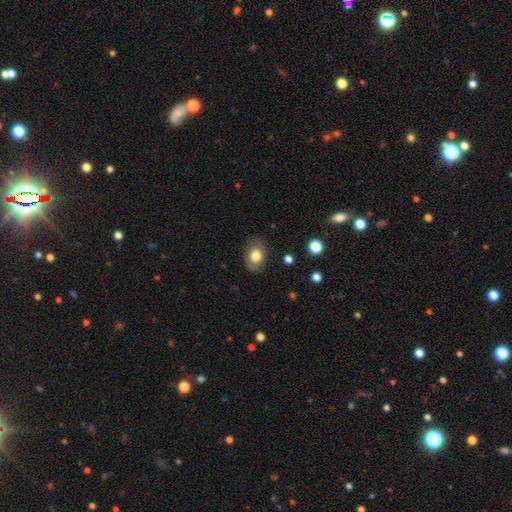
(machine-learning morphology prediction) This appears to be a smooth galaxy with no disk features (75%) that is in between round and cigar-shaped (68%). Merging: none (80%).